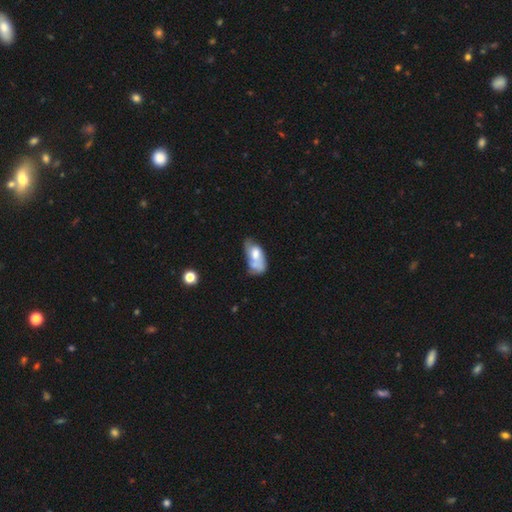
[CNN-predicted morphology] The model was most divided on "merging" (2-way tie): merger: 27%, none: 27%, minor disturbance: 25%, major disturbance: 21%. More confident: how rounded — in between (90%); smooth or featured — smooth (50%).